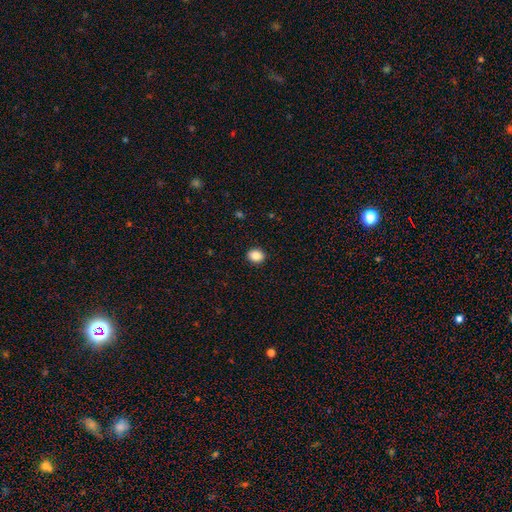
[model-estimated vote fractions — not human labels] This is clearly a smooth galaxy (87%). How rounded: possibly round (56%). Merging: clearly none (91%).